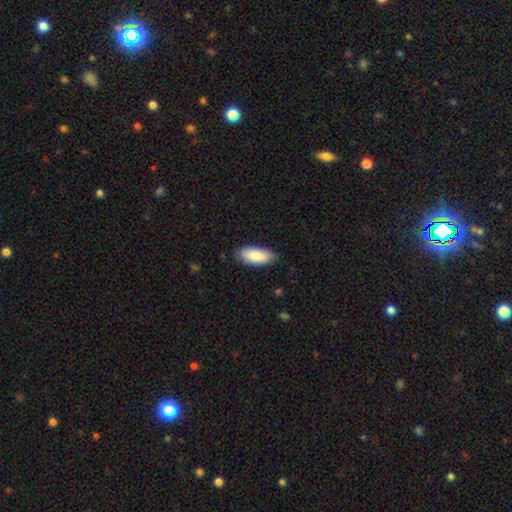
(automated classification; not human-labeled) Overall: smooth (84%). How rounded: in between (88%). Merging: none (82%).